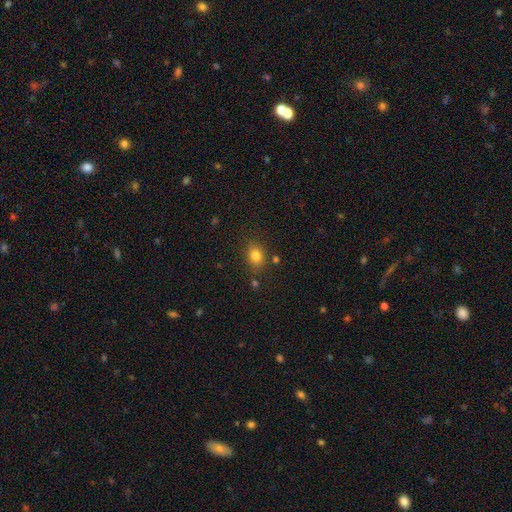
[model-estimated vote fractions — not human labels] Smooth or featured?
  - smooth: 81% *
  - star or artifact: 12%
  - featured or disk: 7%
How rounded?
  - round: 51% *
  - in between: 48%
  - cigar-shaped: 1%
Merging?
  - none: 80% *
  - minor disturbance: 12%
  - merger: 5%
  - major disturbance: 3%